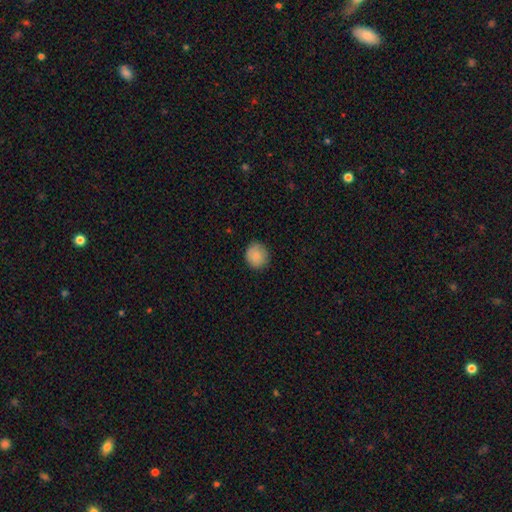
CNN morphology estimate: The model was most divided on "how rounded": round: 86%, in between: 13%, cigar-shaped: 1%. More confident: merging — none (88%); smooth or featured — smooth (87%).